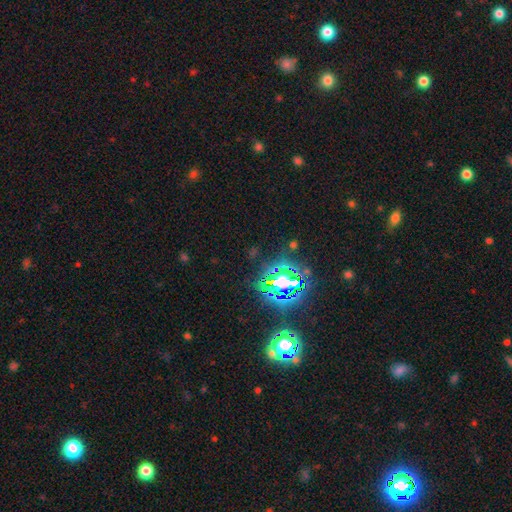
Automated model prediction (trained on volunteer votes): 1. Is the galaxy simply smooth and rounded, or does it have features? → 78% star or artifact, 14% smooth, 8% featured or disk.